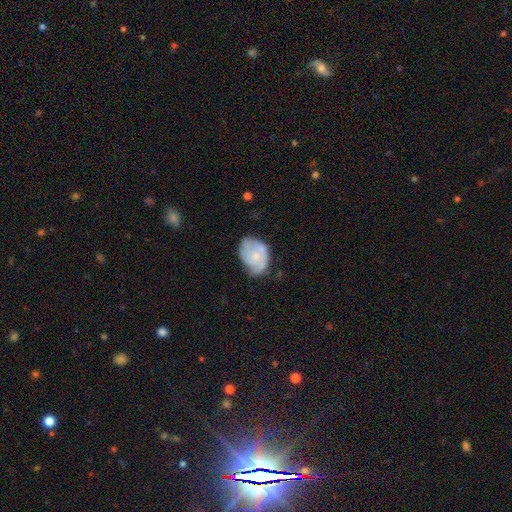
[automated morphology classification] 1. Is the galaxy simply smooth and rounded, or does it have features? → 58% featured or disk, 36% smooth, 6% star or artifact.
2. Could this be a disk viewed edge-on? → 97% no, 3% yes.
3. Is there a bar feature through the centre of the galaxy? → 78% no, 19% weak, 3% strong.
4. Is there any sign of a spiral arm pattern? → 76% yes, 24% no.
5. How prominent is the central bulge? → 55% small, 32% moderate, 10% none, 2% large, 1% dominant.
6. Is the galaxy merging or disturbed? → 50% none, 33% minor disturbance, 14% major disturbance, 3% merger.